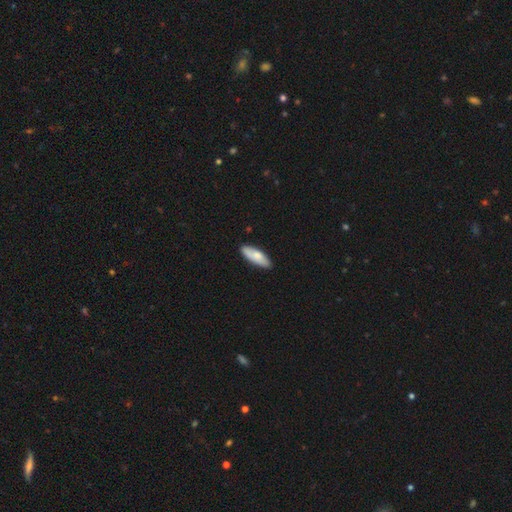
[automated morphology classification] Overall: smooth (78%). How rounded: in between (58%; cigar-shaped 40%). Merging: none (87%).